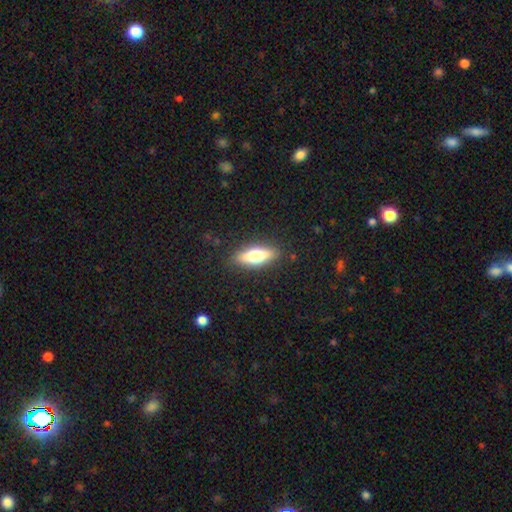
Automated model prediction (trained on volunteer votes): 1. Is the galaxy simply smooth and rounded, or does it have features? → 56% smooth, 37% featured or disk, 7% star or artifact.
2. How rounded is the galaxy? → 55% in between, 42% cigar-shaped, 3% round.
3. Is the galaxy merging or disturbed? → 87% none, 10% minor disturbance, 3% major disturbance, 1% merger.